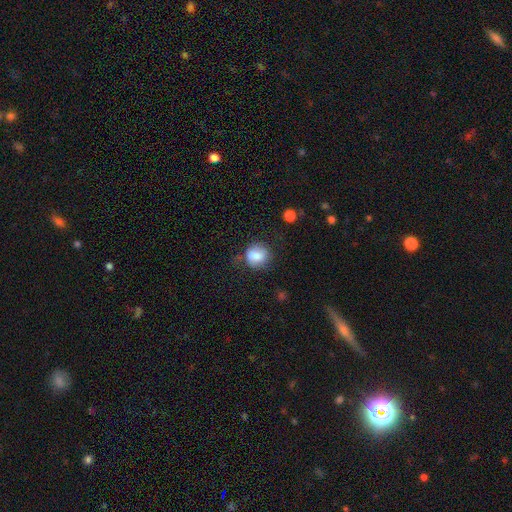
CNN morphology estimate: This appears to be a smooth galaxy with no disk features (80%) that is round (77%). Merging: none (62%).